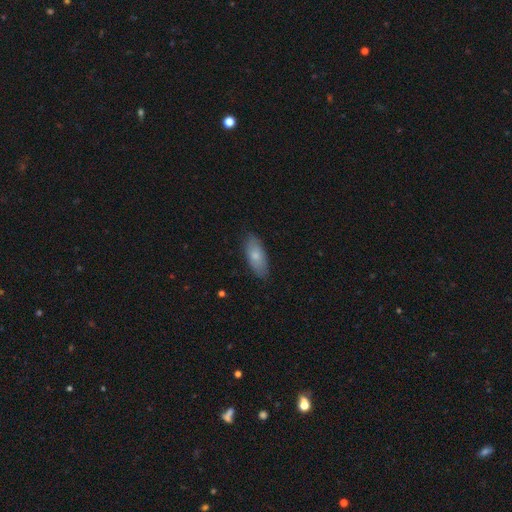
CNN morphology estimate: This is likely a smooth galaxy (77%). How rounded: clearly in between (82%). Merging: clearly none (84%).